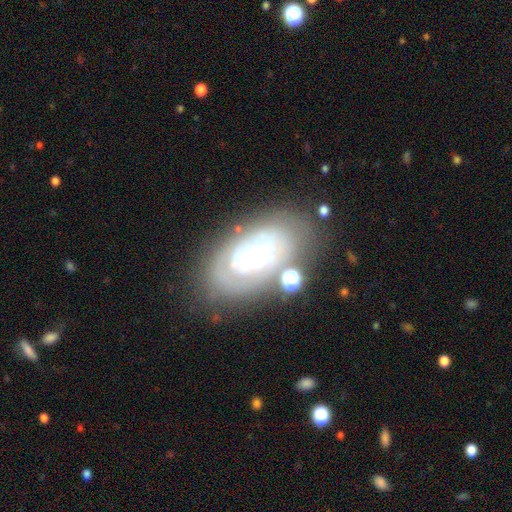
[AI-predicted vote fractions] Morphology: type=featured or disk (76%); edge-on=no (96%); bar=no (76%); spiral arms=yes (78%); winding=tight (74%); arm count=can't tell (50%); bulge=small (73%); merging=none (67%).